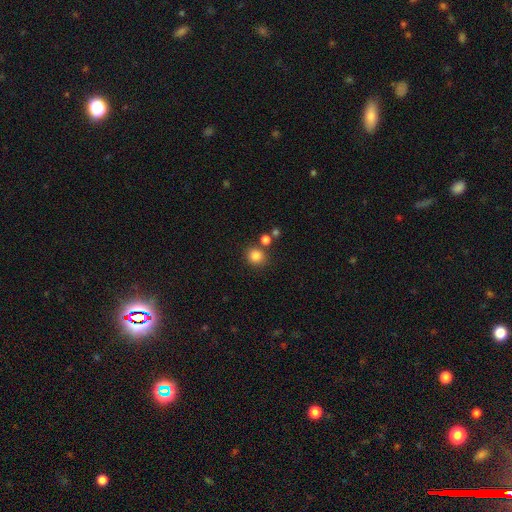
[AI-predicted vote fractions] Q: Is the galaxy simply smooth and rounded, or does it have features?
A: smooth — 83%.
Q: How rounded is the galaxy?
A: round — 87%.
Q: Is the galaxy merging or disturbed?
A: none — 77%.